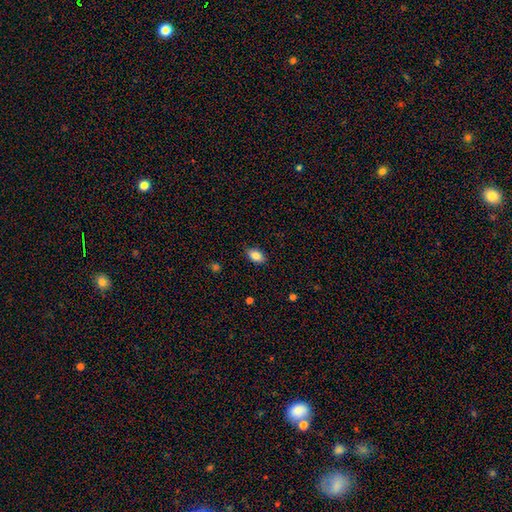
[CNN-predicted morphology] Smooth or featured? smooth (85%)
How rounded? in between (89%)
Merging? none (84%)